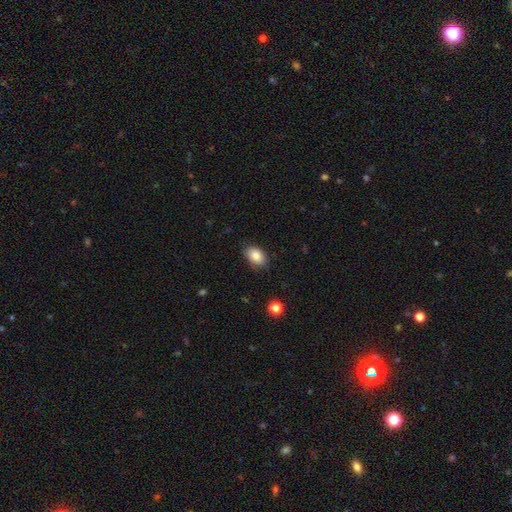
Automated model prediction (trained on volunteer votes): Smooth or featured? smooth (85%)
How rounded? in between (87%)
Merging? none (83%)